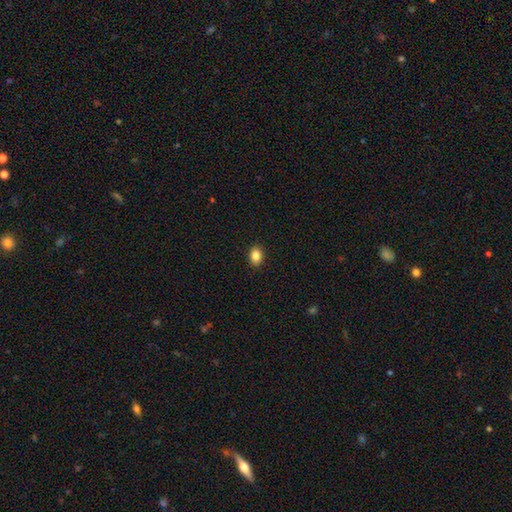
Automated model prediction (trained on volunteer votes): smooth-or-featured: smooth: 86% | star or artifact: 9% | featured or disk: 5%
  how-rounded: in between: 72% | round: 27% | cigar-shaped: 1%
  merging: none: 91% | minor disturbance: 6% | major disturbance: 2% | merger: 1%